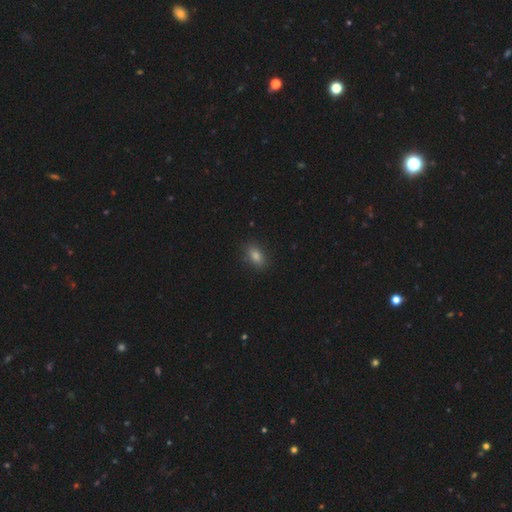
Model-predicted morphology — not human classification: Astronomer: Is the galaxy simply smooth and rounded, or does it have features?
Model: smooth — 81%.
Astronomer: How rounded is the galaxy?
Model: in between — 84%.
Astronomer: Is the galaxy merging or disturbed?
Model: none — 87%.